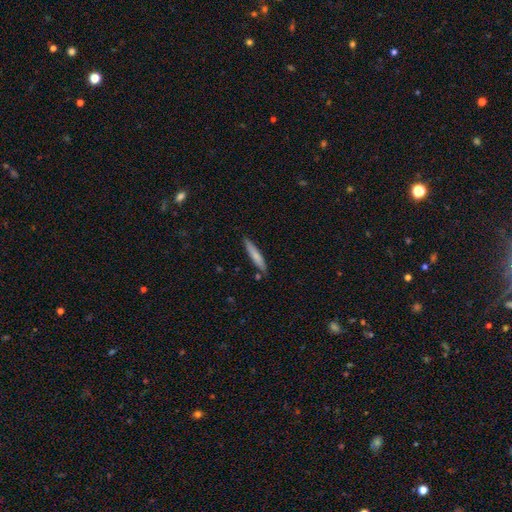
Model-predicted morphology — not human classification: A smooth galaxy with no disk features (73%) that is cigar-shaped (92%).

Vote fractions:
- Smooth or featured? smooth: 73% / featured or disk: 22% / star or artifact: 6%
- How rounded? cigar-shaped: 92% / in between: 6% / round: 1%
- Merging? none: 85% / minor disturbance: 10% / merger: 3% / major disturbance: 2%